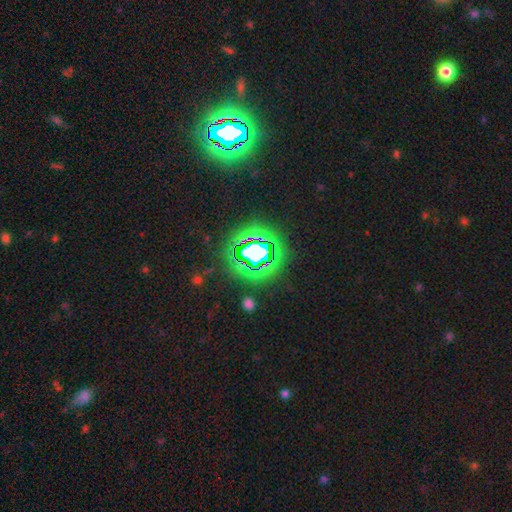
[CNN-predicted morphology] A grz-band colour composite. It shows a star or artifact, not a galaxy (73%).